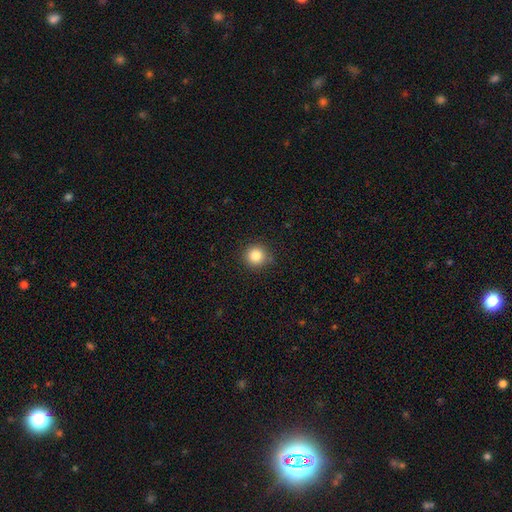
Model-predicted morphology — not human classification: Smooth or featured? smooth (83%)
How rounded? round (94%)
Merging? none (89%)